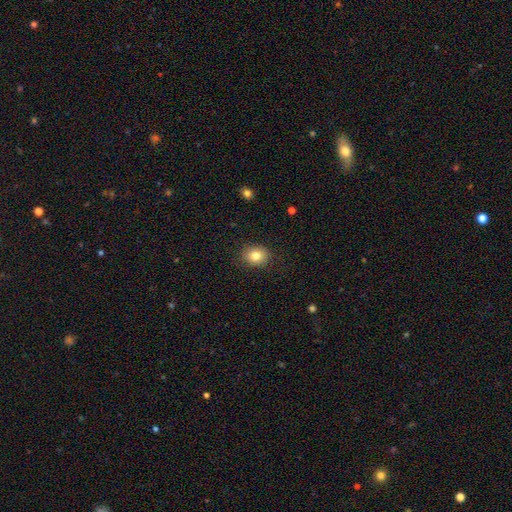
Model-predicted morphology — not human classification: Q: Smooth or featured?
A: smooth (81%); runner-up: star or artifact (10%)
Q: How rounded?
A: round (61%); runner-up: in between (39%)
Q: Merging?
A: none (87%); runner-up: minor disturbance (9%)